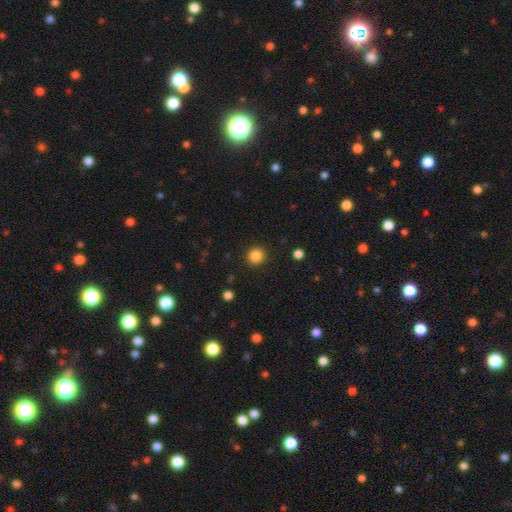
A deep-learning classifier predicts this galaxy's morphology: This appears to be a smooth galaxy with no disk features (85%) that is round (92%). Merging: none (91%).